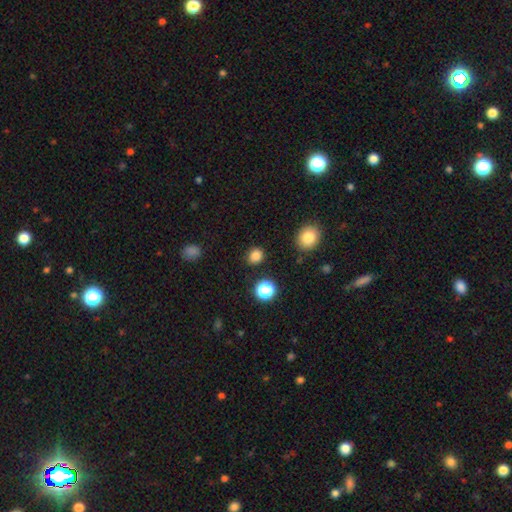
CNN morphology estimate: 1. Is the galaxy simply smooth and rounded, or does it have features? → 82% smooth, 14% star or artifact, 4% featured or disk.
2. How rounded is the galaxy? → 75% round, 24% in between, 1% cigar-shaped.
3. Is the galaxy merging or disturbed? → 87% none, 8% minor disturbance, 3% major disturbance, 2% merger.